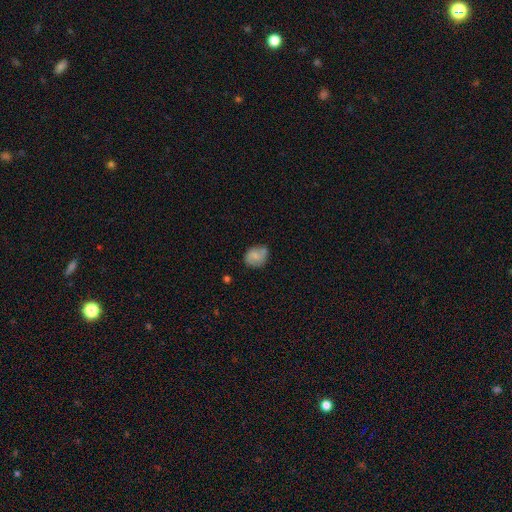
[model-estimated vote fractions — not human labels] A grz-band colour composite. It shows a smooth galaxy with no disk features (66%) that is round (58%). Merging: none (61%).